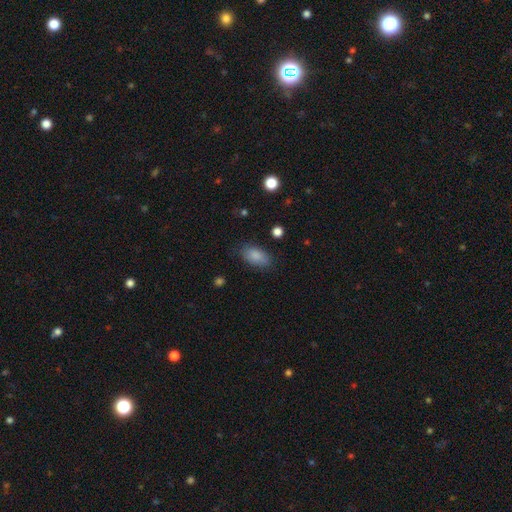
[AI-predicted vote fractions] The model was most divided on "merging": none: 80%, minor disturbance: 15%, major disturbance: 4%, merger: 1%. More confident: how rounded — in between (91%); smooth or featured — smooth (86%).